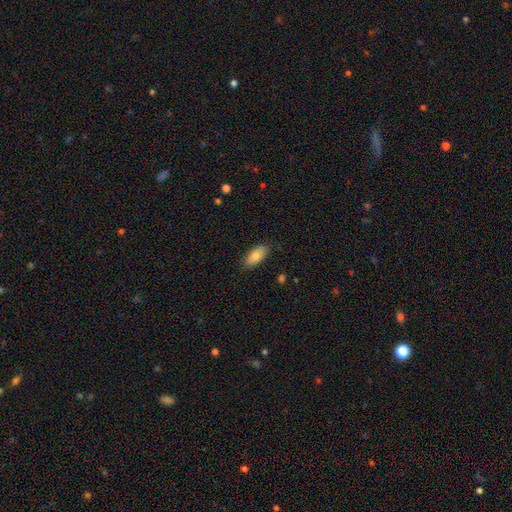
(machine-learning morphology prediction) The model was most divided on "smooth or featured": smooth: 77%, featured or disk: 16%, star or artifact: 6%. More confident: how rounded — in between (88%); merging — none (86%).